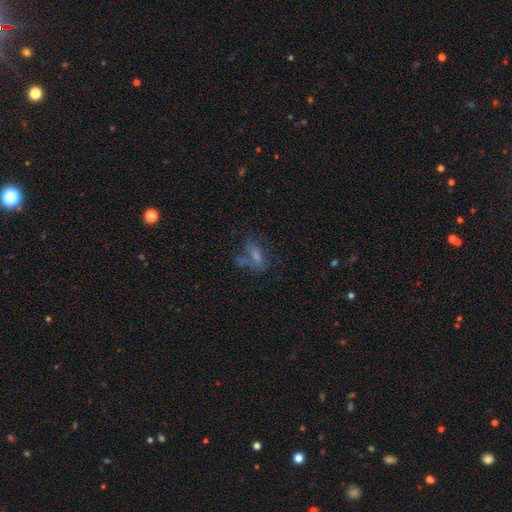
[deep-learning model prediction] Smooth or featured: smooth — 58% (featured or disk — 26%)
How rounded: in between — 74% (cigar-shaped — 18%)
Merging: none — 42% (minor disturbance — 21%)